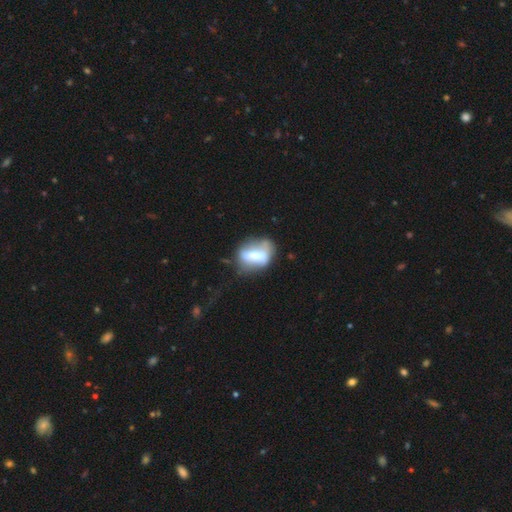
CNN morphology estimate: smooth-or-featured: smooth: 46% | featured or disk: 45% | star or artifact: 8%
  merging: none: 50% | minor disturbance: 27% | major disturbance: 16% | merger: 7%